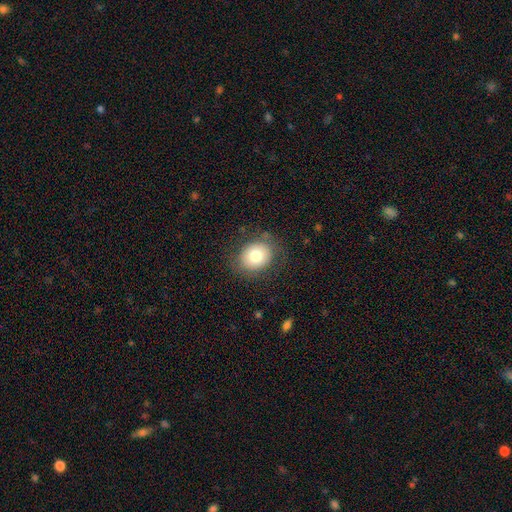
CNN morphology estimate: smooth 77%, featured or disk 14%, star or artifact 9%. Down the decision tree: how rounded — round (56%); merging — none (79%).